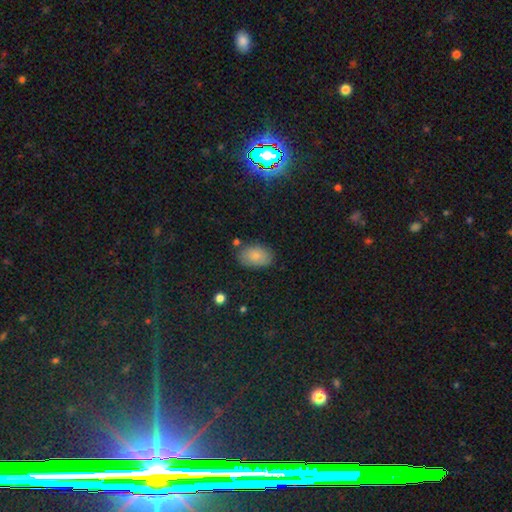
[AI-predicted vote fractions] Smooth or featured? smooth (82%)
How rounded? in between (89%)
Merging? none (77%)